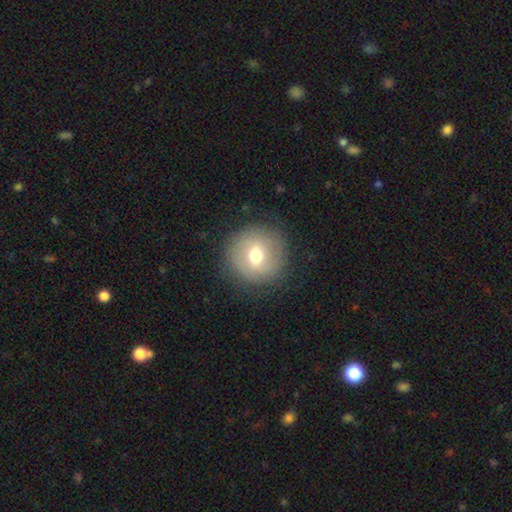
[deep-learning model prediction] This appears to be a smooth galaxy with no disk features (64%) that is round (95%). Merging: none (86%).